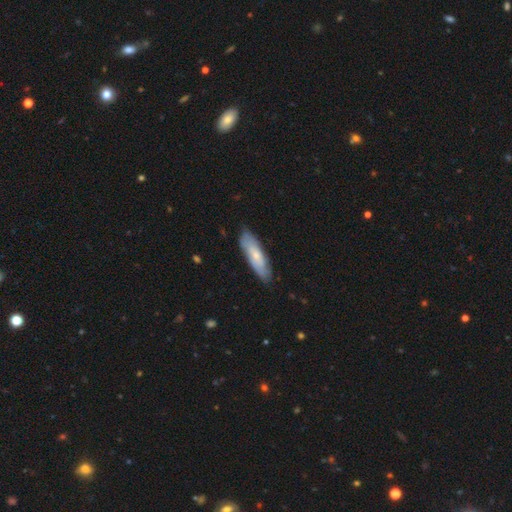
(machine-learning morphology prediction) This is possibly a smooth galaxy (57%). How rounded: possibly cigar-shaped (56%). Merging: clearly none (81%).